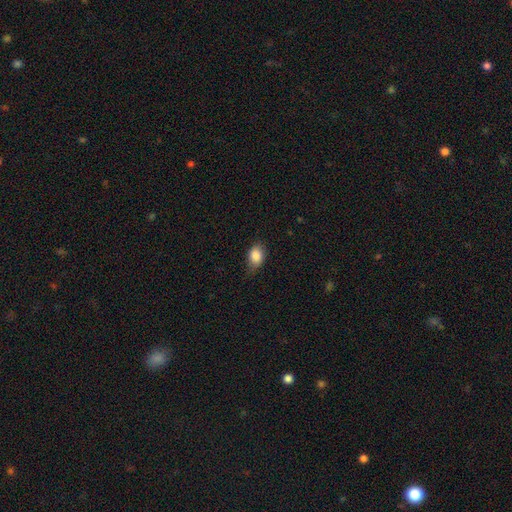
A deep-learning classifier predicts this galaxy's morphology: This appears to be a smooth galaxy with no disk features (85%) that is in between round and cigar-shaped (72%). Merging: none (66%).